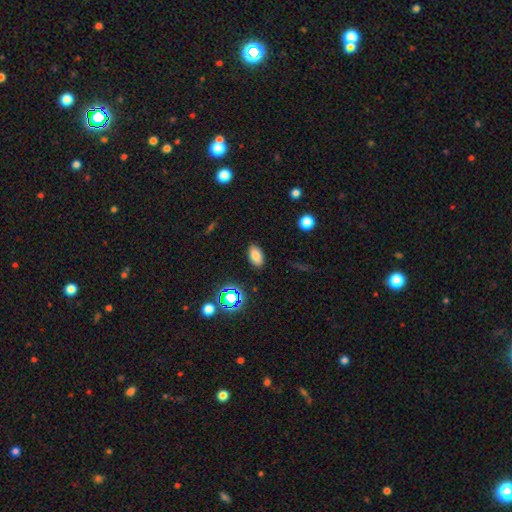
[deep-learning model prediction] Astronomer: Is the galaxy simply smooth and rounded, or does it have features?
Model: smooth — 78%.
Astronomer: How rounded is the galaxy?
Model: in between — 91%.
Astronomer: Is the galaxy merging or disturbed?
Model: none — 88%.